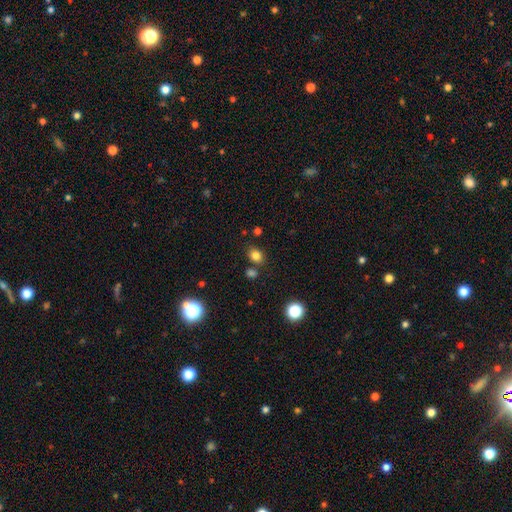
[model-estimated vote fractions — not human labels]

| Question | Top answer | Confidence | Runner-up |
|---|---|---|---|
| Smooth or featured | smooth | 81% | star or artifact (14%) |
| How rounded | in between | 58% | round (41%) |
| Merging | none | 76% | minor disturbance (11%) |